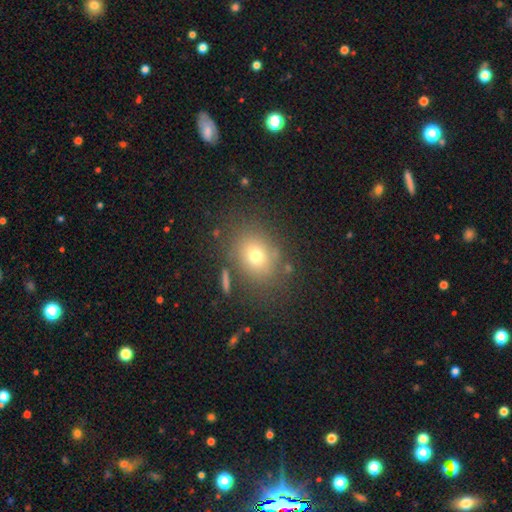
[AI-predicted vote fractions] Smooth or featured? smooth (70%)
How rounded? round (54%)
Merging? none (79%)